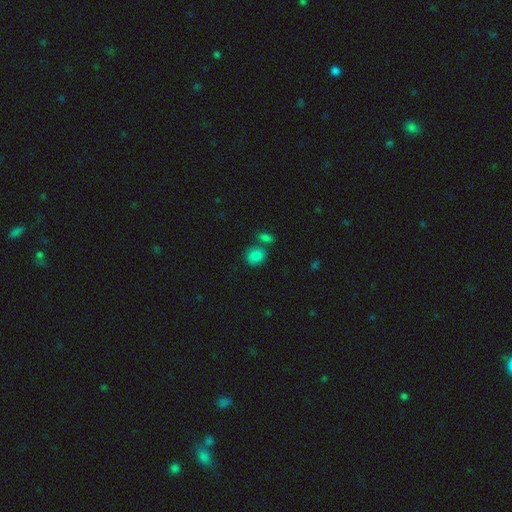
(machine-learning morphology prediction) smooth-or-featured: smooth: 84% | star or artifact: 10% | featured or disk: 6%
  how-rounded: round: 53% | in between: 46% | cigar-shaped: 1%
  merging: none: 54% | merger: 27% | minor disturbance: 14% | major disturbance: 5%